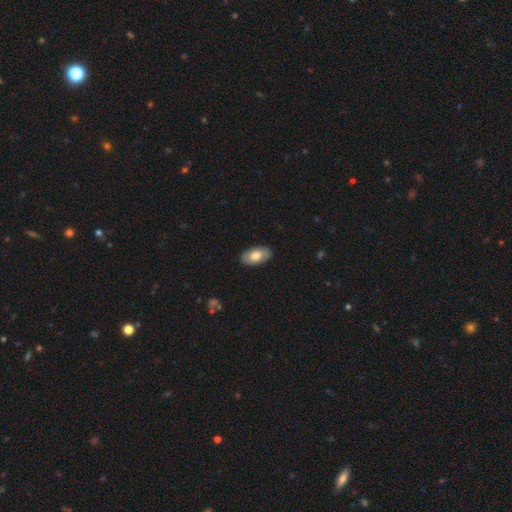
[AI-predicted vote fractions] Overall: smooth (73%). How rounded: in between (94%). Merging: none (87%).